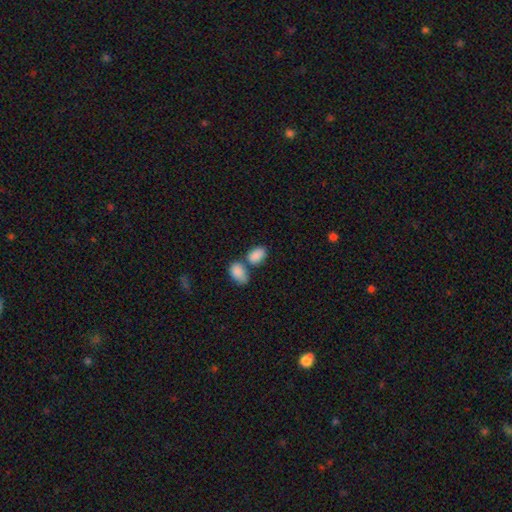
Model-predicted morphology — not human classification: Smooth or featured? Predicted: smooth (p=0.87). How rounded? Predicted: in between (p=0.91). Merging? Predicted: none (p=0.43).